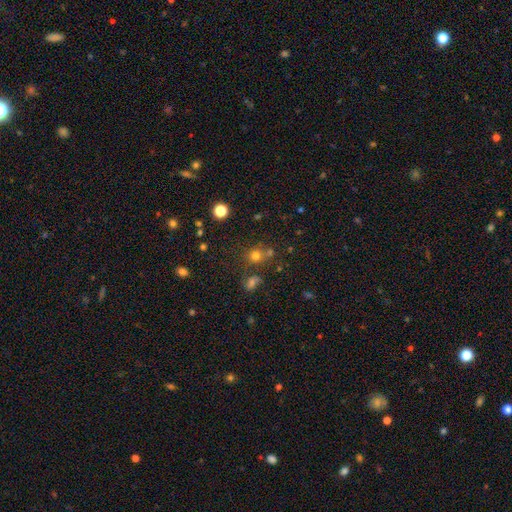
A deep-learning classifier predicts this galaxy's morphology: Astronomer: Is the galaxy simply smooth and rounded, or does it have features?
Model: smooth — 70%.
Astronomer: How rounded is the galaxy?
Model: round — 82%.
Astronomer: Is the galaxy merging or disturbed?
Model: none — 63%.